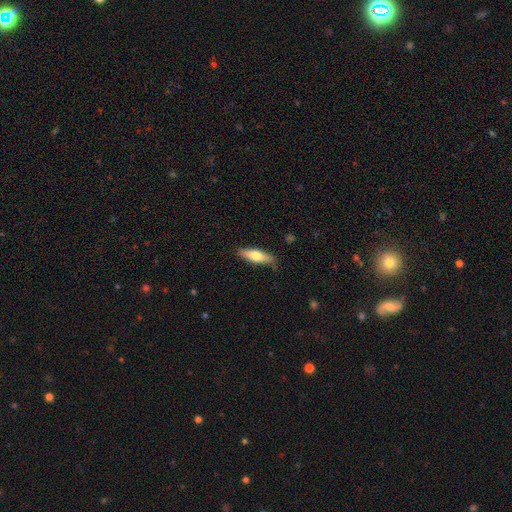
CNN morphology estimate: Smooth or featured: smooth — 67% (featured or disk — 28%)
How rounded: in between — 50% (cigar-shaped — 47%)
Merging: none — 78% (minor disturbance — 17%)